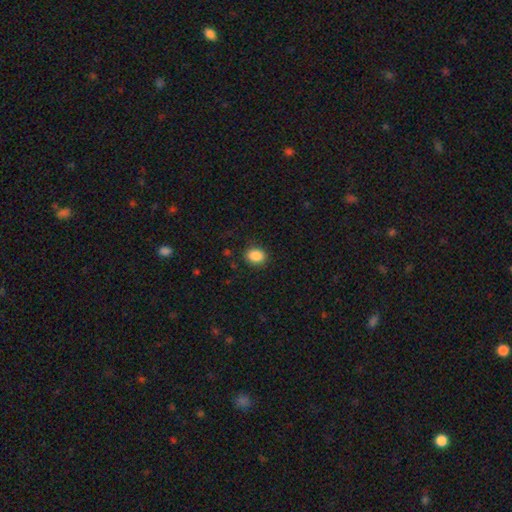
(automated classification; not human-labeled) Q: Smooth or featured?
A: smooth (87%); runner-up: star or artifact (9%)
Q: How rounded?
A: in between (54%); runner-up: round (45%)
Q: Merging?
A: none (87%); runner-up: minor disturbance (10%)